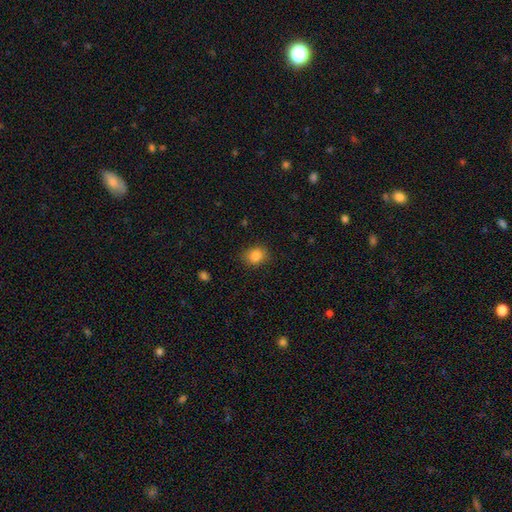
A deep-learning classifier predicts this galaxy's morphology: Q: Smooth or featured?
A: smooth (85%); runner-up: star or artifact (10%)
Q: How rounded?
A: round (58%); runner-up: in between (41%)
Q: Merging?
A: none (85%); runner-up: minor disturbance (11%)